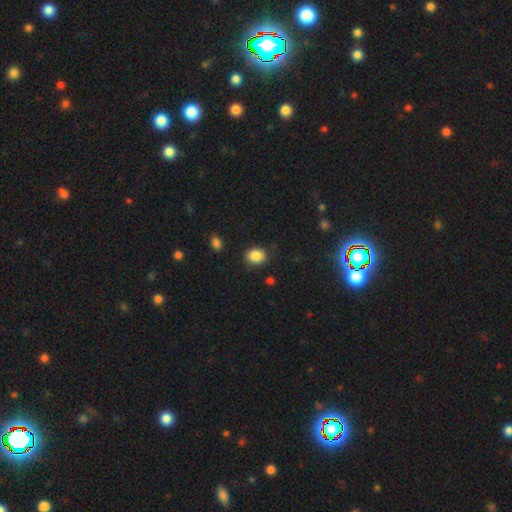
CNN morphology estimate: Smooth or featured: smooth — 87% (star or artifact — 9%)
How rounded: round — 50% (in between — 49%)
Merging: none — 84% (minor disturbance — 11%)